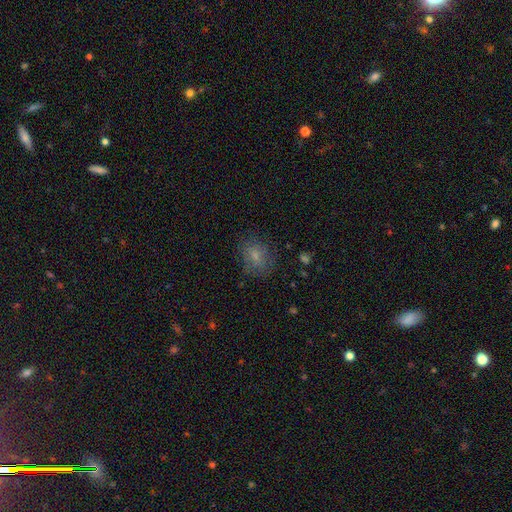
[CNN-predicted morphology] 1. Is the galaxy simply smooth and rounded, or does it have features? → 70% smooth, 17% featured or disk, 13% star or artifact.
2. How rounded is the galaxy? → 57% in between, 41% round, 2% cigar-shaped.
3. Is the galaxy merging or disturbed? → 71% none, 18% minor disturbance, 10% major disturbance, 2% merger.